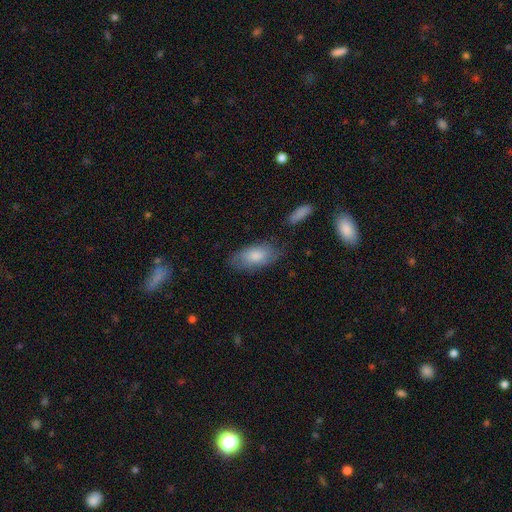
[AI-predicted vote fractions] Smooth or featured? smooth (79%)
How rounded? in between (92%)
Merging? none (71%)